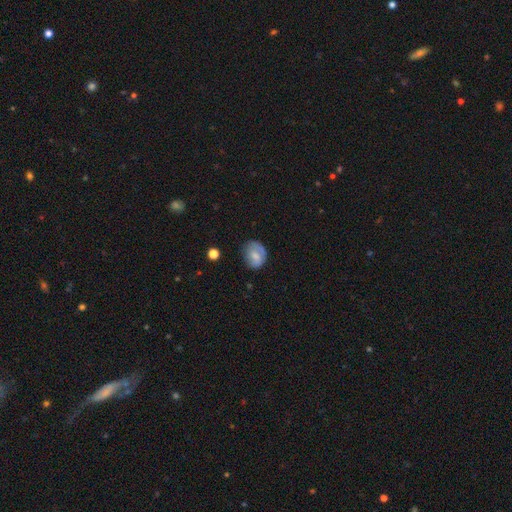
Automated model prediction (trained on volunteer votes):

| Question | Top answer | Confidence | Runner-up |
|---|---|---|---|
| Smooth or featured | smooth | 62% | featured or disk (30%) |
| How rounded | round | 52% | in between (47%) |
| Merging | none | 59% | minor disturbance (27%) |